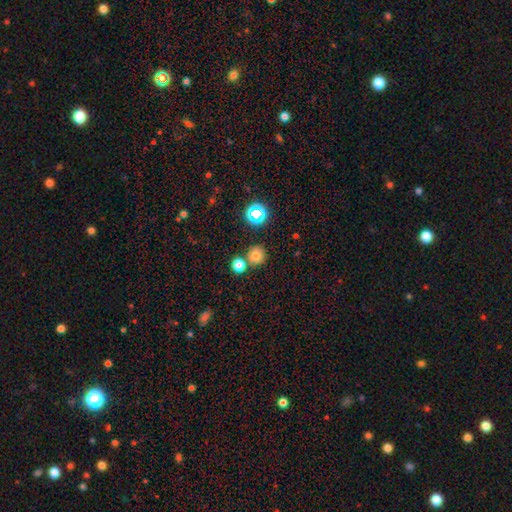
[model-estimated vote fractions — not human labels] smooth 73%, star or artifact 20%, featured or disk 7%. Down the decision tree: how rounded — round (92%); merging — none (75%).